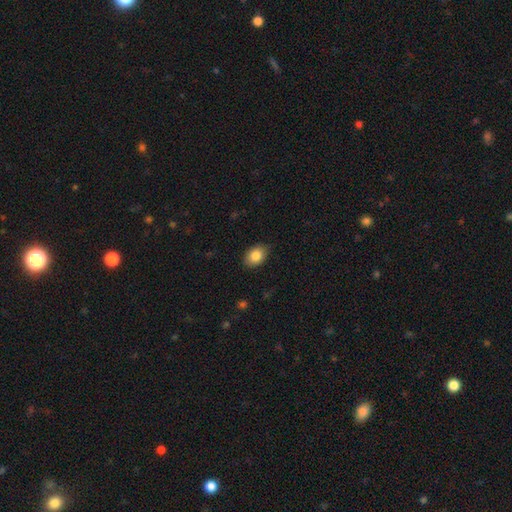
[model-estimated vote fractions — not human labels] Smooth or featured? Predicted: smooth (p=0.84). How rounded? Predicted: in between (p=0.80). Merging? Predicted: none (p=0.85).